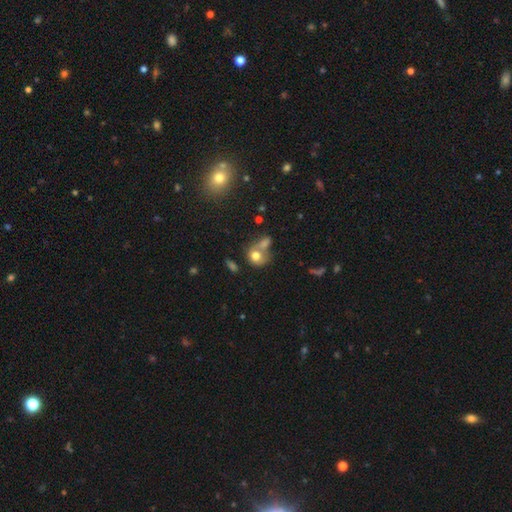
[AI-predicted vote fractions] A smooth galaxy with no disk features (72%) that is round (65%).

Vote fractions:
- Smooth or featured? smooth: 72% / featured or disk: 16% / star or artifact: 12%
- How rounded? round: 65% / in between: 33% / cigar-shaped: 1%
- Merging? merger: 49% / none: 31% / minor disturbance: 11% / major disturbance: 8%